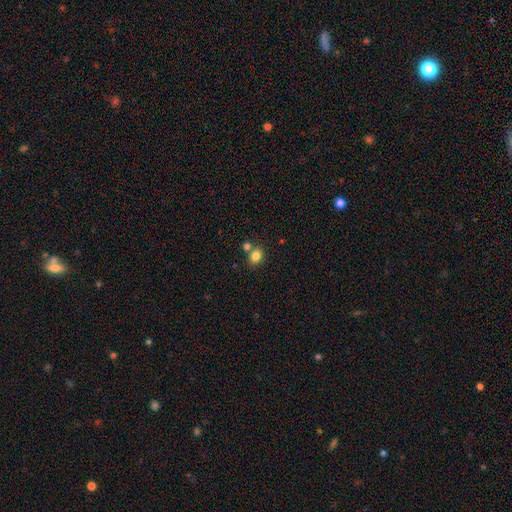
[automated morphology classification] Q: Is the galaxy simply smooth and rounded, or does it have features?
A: smooth — 83%.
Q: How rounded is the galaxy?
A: in between — 51%.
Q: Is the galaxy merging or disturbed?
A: none — 65%.